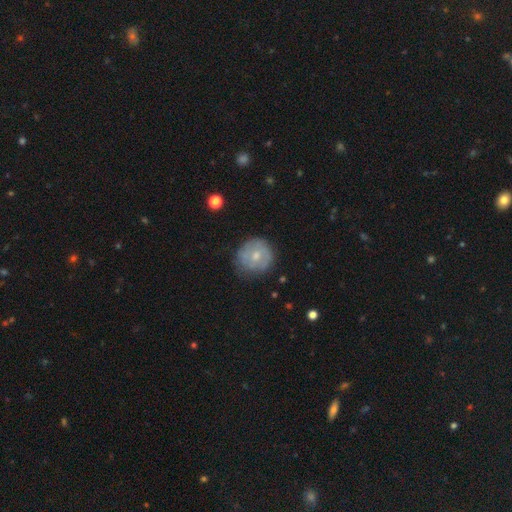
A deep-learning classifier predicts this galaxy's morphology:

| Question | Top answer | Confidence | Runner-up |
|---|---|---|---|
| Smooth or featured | smooth | 52% | featured or disk (41%) |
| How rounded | round | 90% | in between (9%) |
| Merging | none | 71% | minor disturbance (21%) |